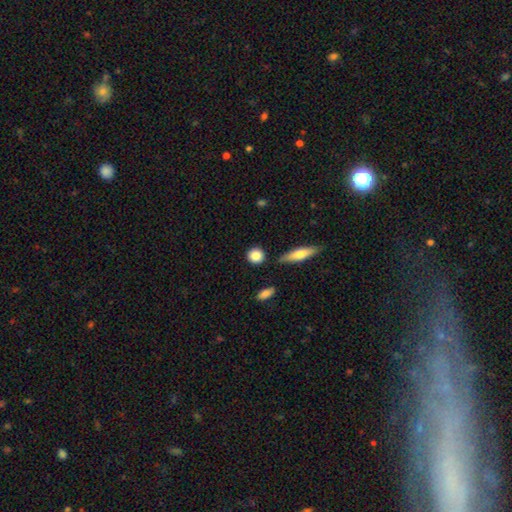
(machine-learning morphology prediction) A smooth galaxy with no disk features (85%) that is round (84%). Merging: none (84%).